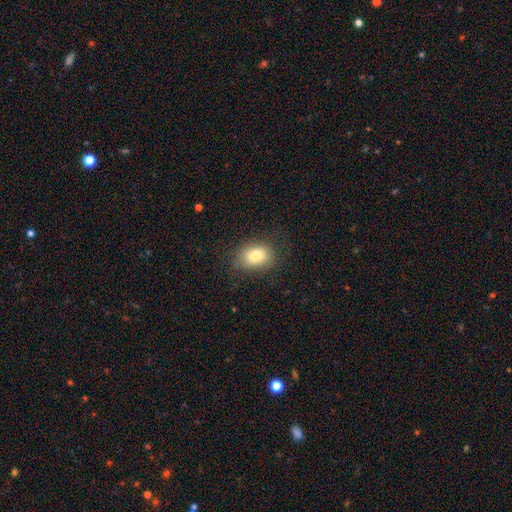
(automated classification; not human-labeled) This is likely a smooth galaxy (78%). How rounded: likely in between (69%). Merging: likely none (74%).